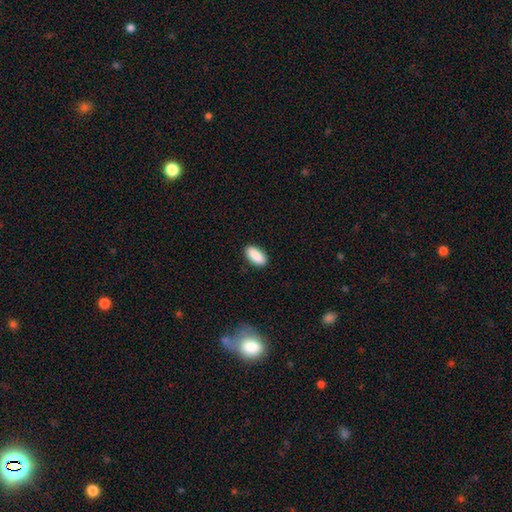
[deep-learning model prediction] Q: Smooth or featured?
A: smooth (90%); runner-up: star or artifact (6%)
Q: How rounded?
A: in between (91%); runner-up: cigar-shaped (7%)
Q: Merging?
A: none (89%); runner-up: minor disturbance (8%)